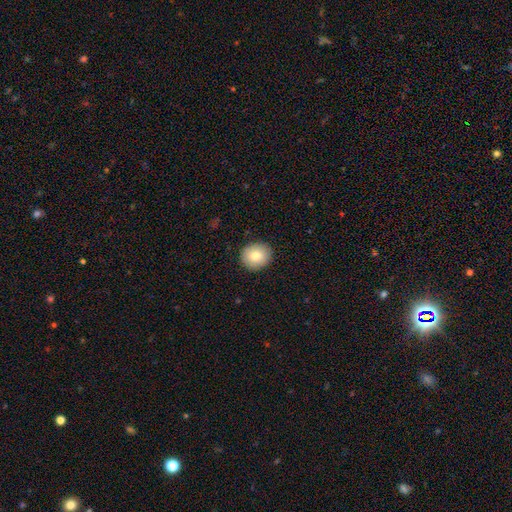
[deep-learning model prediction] Overall: smooth (80%). How rounded: round (82%). Merging: none (90%).